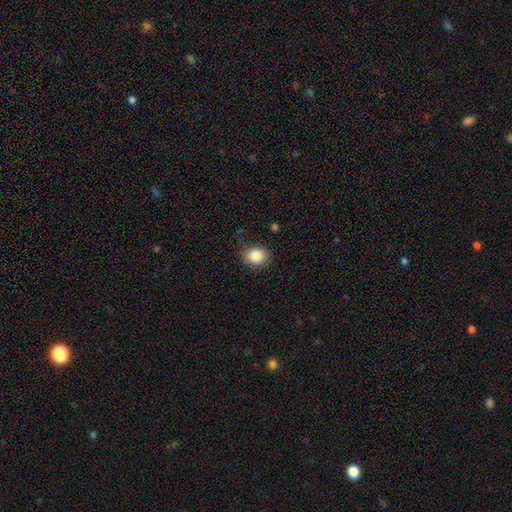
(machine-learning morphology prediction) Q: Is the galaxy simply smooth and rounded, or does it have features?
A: smooth — 85%.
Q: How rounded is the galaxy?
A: round — 60%.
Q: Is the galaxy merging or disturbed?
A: none — 81%.